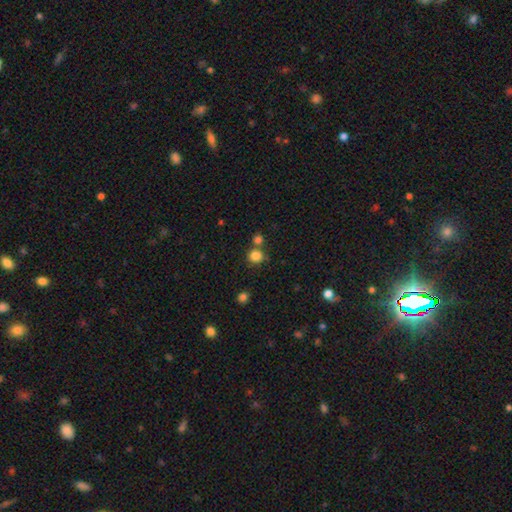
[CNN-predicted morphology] smooth-or-featured: smooth: 82% | star or artifact: 13% | featured or disk: 5%
  how-rounded: round: 87% | in between: 12% | cigar-shaped: 1%
  merging: none: 66% | merger: 21% | minor disturbance: 9% | major disturbance: 3%